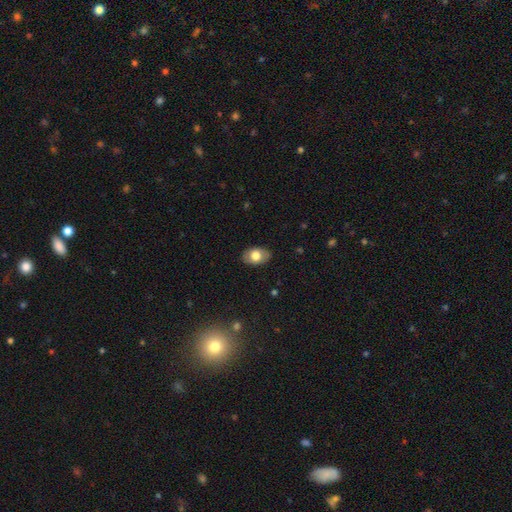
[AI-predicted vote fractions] Smooth or featured? Predicted: smooth (p=0.74). How rounded? Predicted: in between (p=0.87). Merging? Predicted: none (p=0.86).